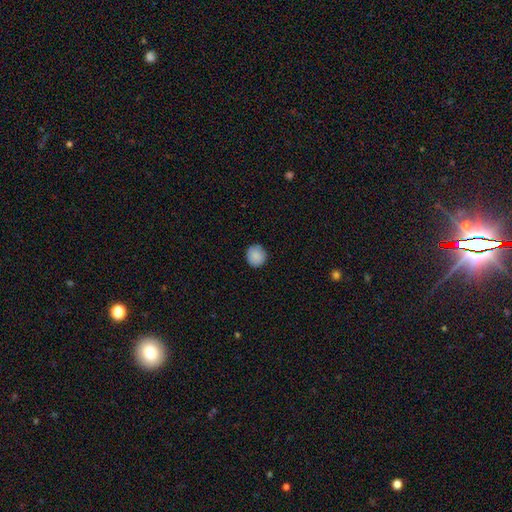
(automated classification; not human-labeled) A smooth galaxy with no disk features (88%) that is round (89%). Merging: none (88%).